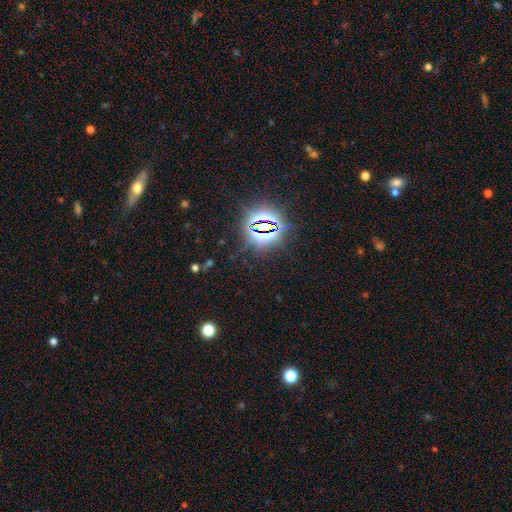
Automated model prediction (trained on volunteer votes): Q: Smooth or featured?
A: star or artifact (81%); runner-up: smooth (11%)